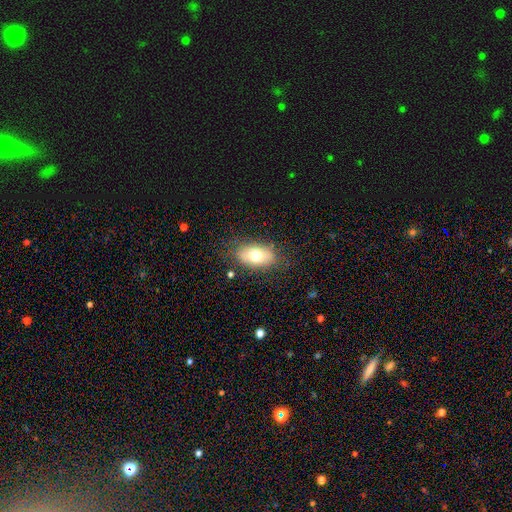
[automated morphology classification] smooth-or-featured: smooth: 71% | featured or disk: 20% | star or artifact: 8%
  how-rounded: in between: 90% | round: 8% | cigar-shaped: 3%
  merging: none: 80% | minor disturbance: 14% | major disturbance: 4% | merger: 2%